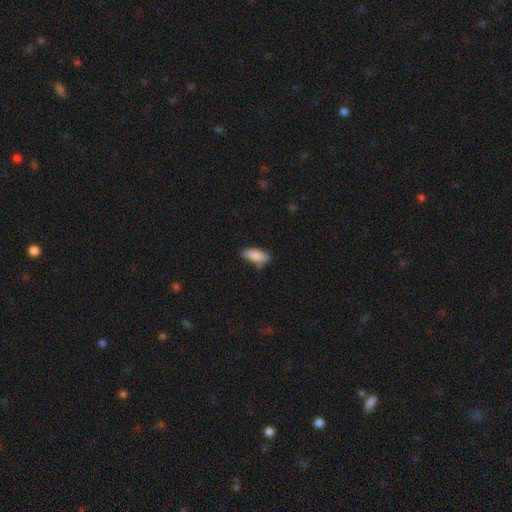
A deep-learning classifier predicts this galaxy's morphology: smooth 85%, featured or disk 9%, star or artifact 6%. Down the decision tree: how rounded — in between (77%); merging — none (71%).